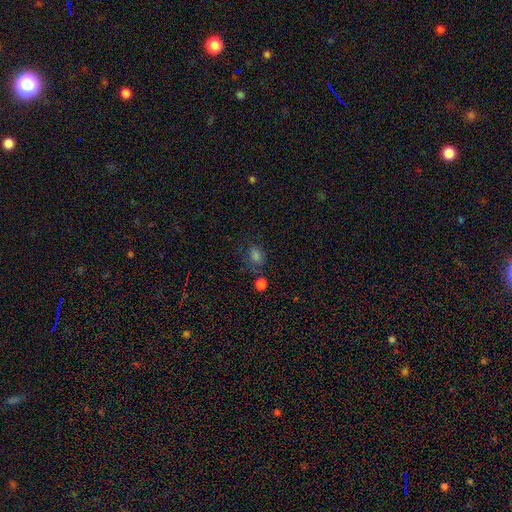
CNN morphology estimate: A smooth galaxy with no disk features (63%) that is in between round and cigar-shaped (53%). Merging: none (60%).